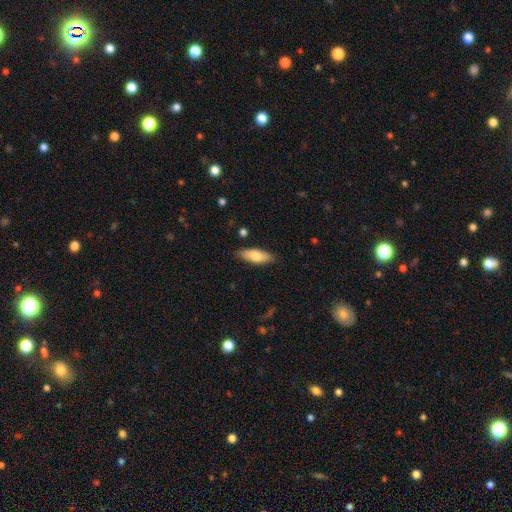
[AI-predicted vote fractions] Overall: smooth (76%). How rounded: in between (69%). Merging: none (86%).